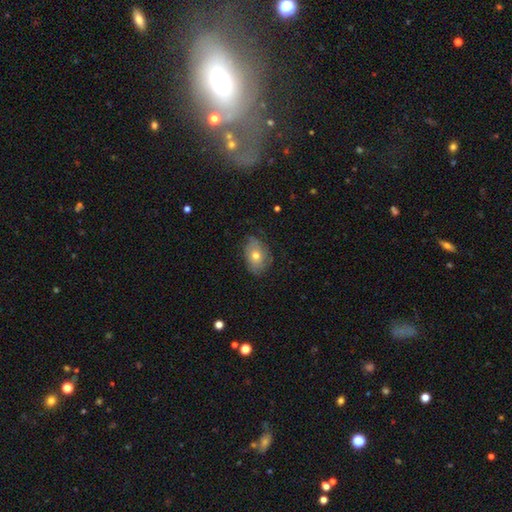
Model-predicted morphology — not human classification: This appears to be a smooth galaxy with no disk features (56%) that is in between round and cigar-shaped (76%). Merging: none (72%).